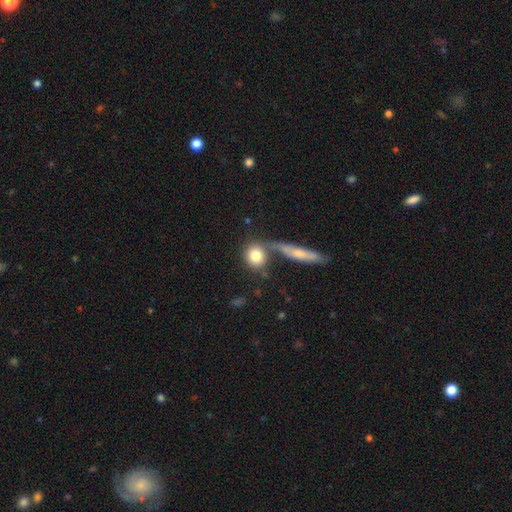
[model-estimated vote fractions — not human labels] Smooth or featured? Predicted: smooth (p=0.79). How rounded? Predicted: round (p=0.77). Merging? Predicted: none (p=0.53).